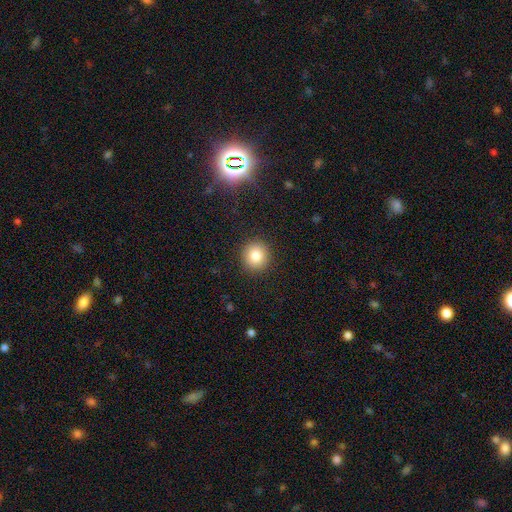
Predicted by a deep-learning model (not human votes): Q: Smooth or featured?
A: smooth (84%); runner-up: star or artifact (10%)
Q: How rounded?
A: round (91%); runner-up: in between (8%)
Q: Merging?
A: none (91%); runner-up: minor disturbance (6%)